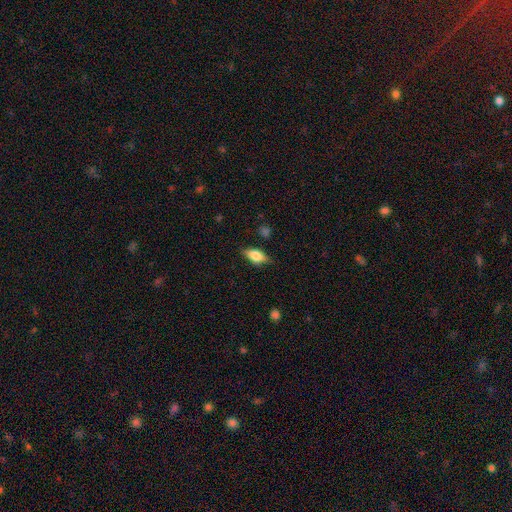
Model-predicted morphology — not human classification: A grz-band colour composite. It shows a smooth galaxy with no disk features (67%) that is in between round and cigar-shaped (81%). Merging: none (78%).